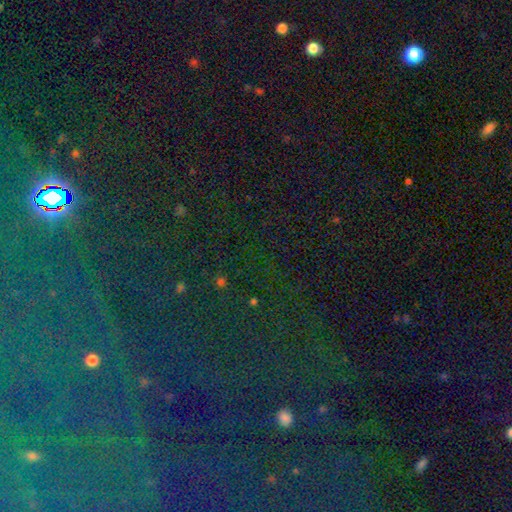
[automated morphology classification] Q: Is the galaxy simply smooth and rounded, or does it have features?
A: star or artifact — 78%.